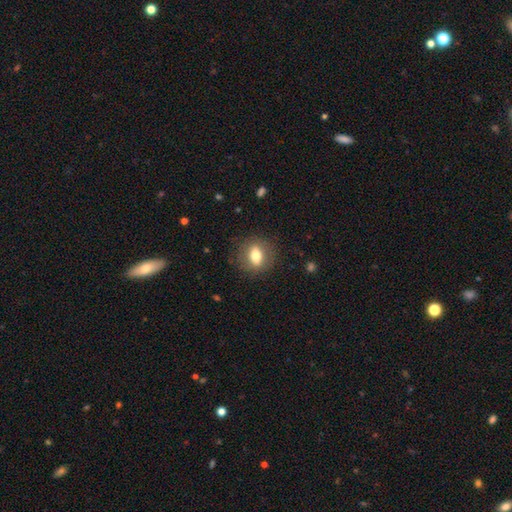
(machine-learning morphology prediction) Q: Smooth or featured?
A: smooth (66%); runner-up: featured or disk (25%)
Q: How rounded?
A: round (49%); runner-up: in between (47%)
Q: Merging?
A: none (86%); runner-up: minor disturbance (9%)